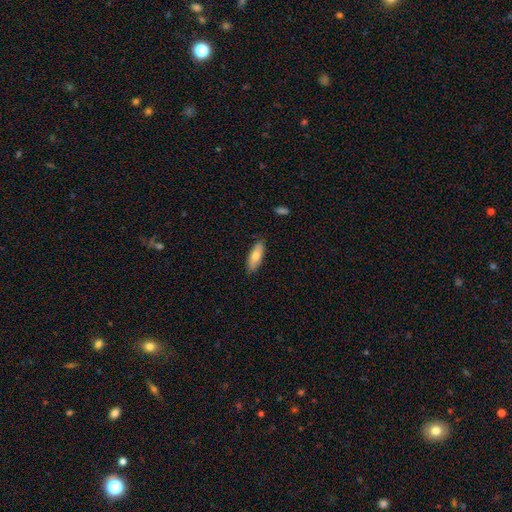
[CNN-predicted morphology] This appears to be a smooth galaxy with no disk features (71%) that is in between round and cigar-shaped (64%). Merging: none (86%).